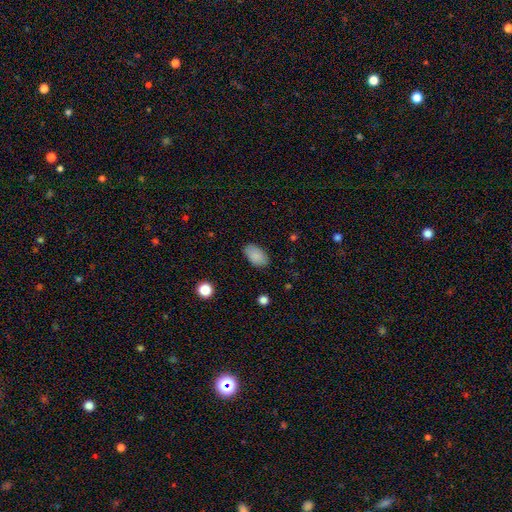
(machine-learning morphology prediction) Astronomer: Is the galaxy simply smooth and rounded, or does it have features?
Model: smooth — 88%.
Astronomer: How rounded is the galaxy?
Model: in between — 93%.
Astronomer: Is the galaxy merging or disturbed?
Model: none — 84%.